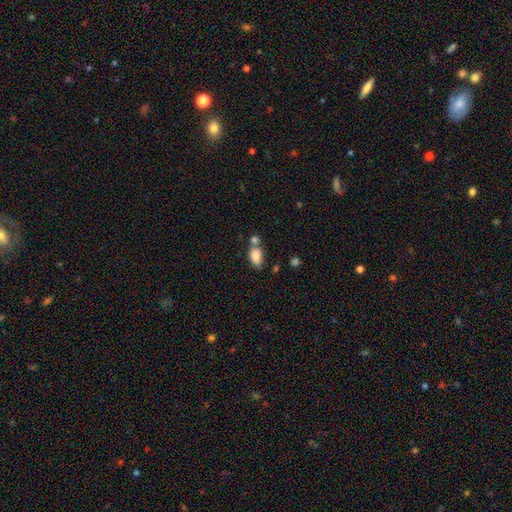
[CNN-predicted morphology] Overall: smooth (83%). How rounded: in between (87%). Merging: none (45%; merger 33%).